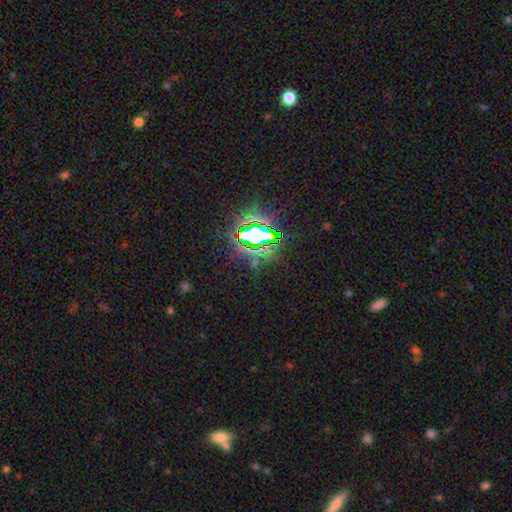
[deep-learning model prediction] This is clearly a star or artifact rather than a galaxy (82%).